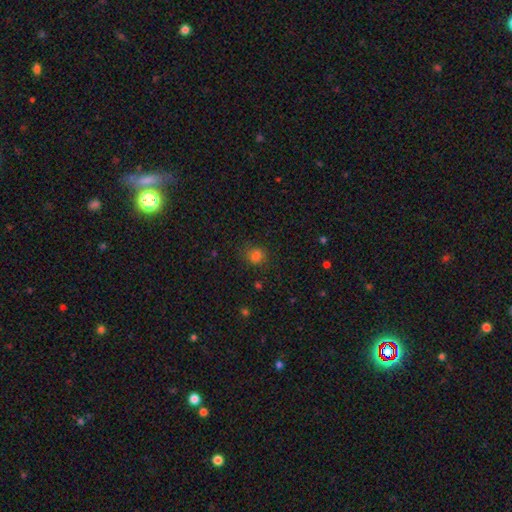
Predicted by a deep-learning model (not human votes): A smooth galaxy with no disk features (74%) that is round (61%).

Vote fractions:
- Smooth or featured? smooth: 74% / star or artifact: 19% / featured or disk: 7%
- How rounded? round: 61% / in between: 38% / cigar-shaped: 1%
- Merging? none: 70% / minor disturbance: 18% / major disturbance: 7% / merger: 6%